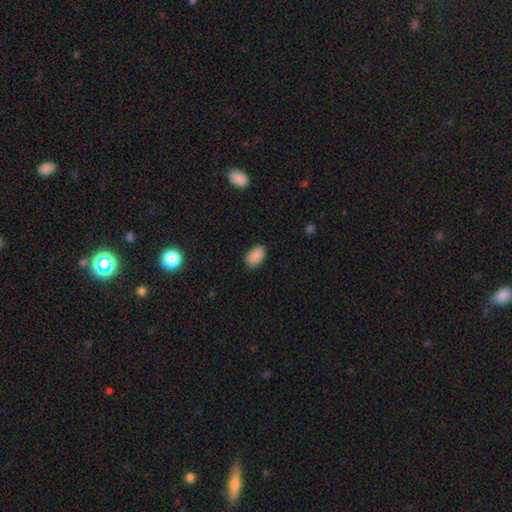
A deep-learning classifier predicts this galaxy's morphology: Smooth or featured?
  - smooth: 89% *
  - star or artifact: 8%
  - featured or disk: 3%
How rounded?
  - in between: 92% *
  - round: 6%
  - cigar-shaped: 1%
Merging?
  - none: 82% *
  - minor disturbance: 14%
  - major disturbance: 3%
  - merger: 1%